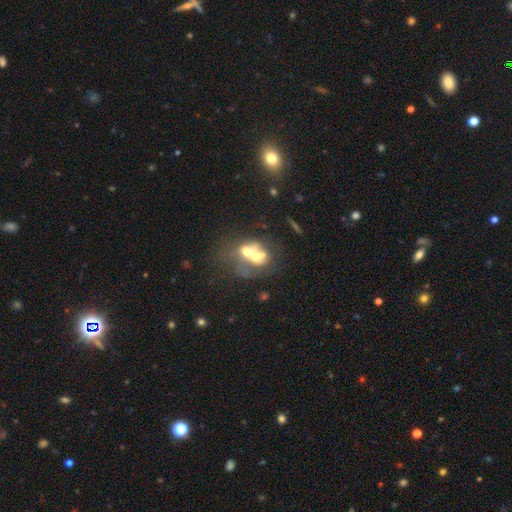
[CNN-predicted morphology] featured or disk 45%, smooth 42%, star or artifact 14%. Down the decision tree: merging — merger (63%).